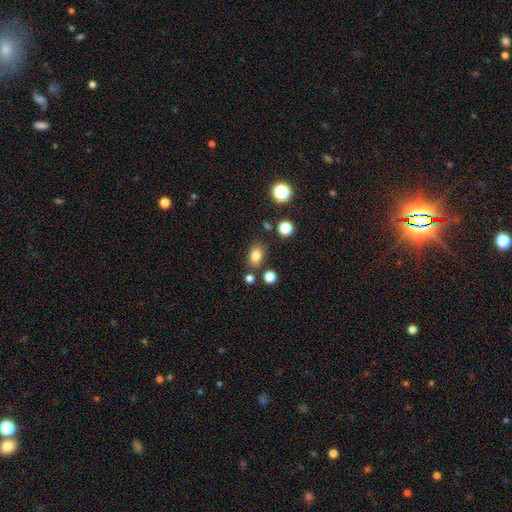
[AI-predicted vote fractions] smooth_or_featured: smooth (p=0.80) [alt: star or artifact p=0.12]
how_rounded: in between (p=0.71) [alt: round p=0.28]
merging: none (p=0.78) [alt: minor disturbance p=0.12]